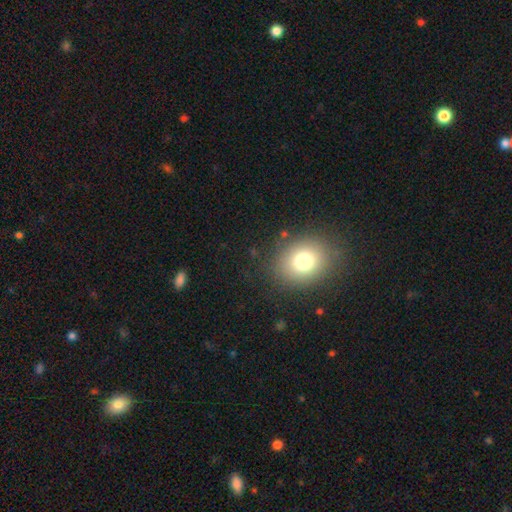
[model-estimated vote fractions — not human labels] Overall: smooth (75%). How rounded: round (54%; in between 45%). Merging: none (89%).